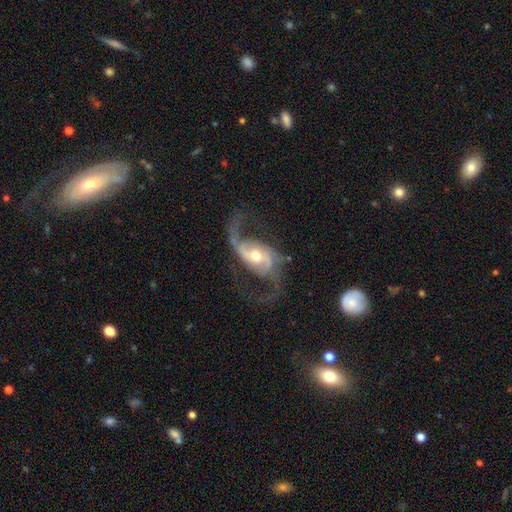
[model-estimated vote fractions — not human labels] The model was most divided on "bar": weak: 38%, no: 36%, strong: 26%. More confident: edge-on disk — no (97%); spiral arms — yes (96%); smooth or featured — featured or disk (90%); spiral arm count — 2 (90%); bulge size — moderate (69%); merging — none (64%); spiral winding — loose (61%).